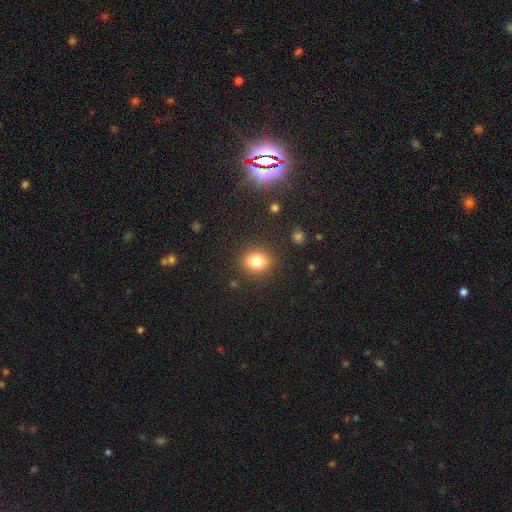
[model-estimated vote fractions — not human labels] This appears to be a smooth galaxy with no disk features (61%) that is round (83%). Merging: none (91%).